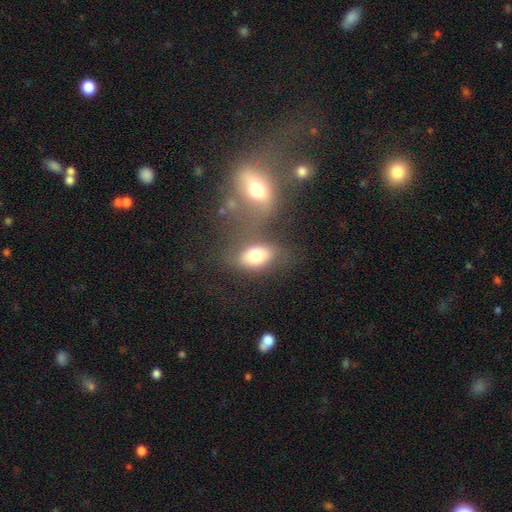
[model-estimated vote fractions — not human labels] Morphology: type=smooth (75%); roundness=in between (84%); merging=none (52%).